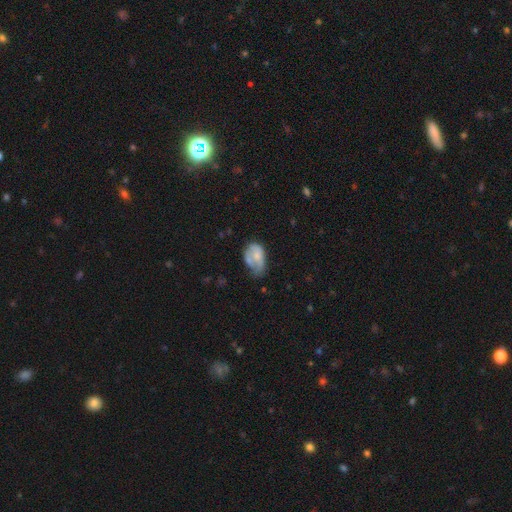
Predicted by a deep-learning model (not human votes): Smooth or featured? smooth (58%)
How rounded? in between (87%)
Merging? minor disturbance (37%)